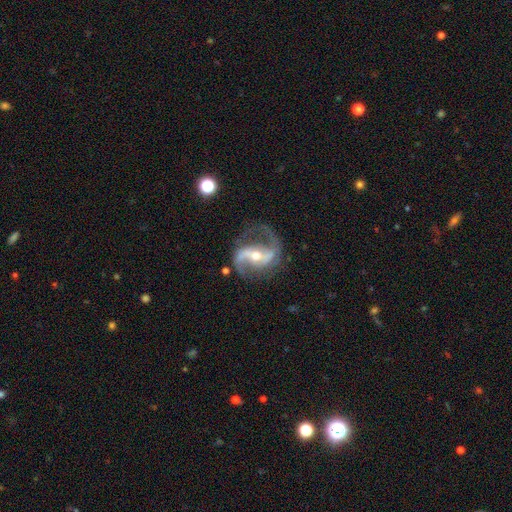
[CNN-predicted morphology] Q: Smooth or featured?
A: featured or disk (91%); runner-up: star or artifact (5%)
Q: Edge-on disk?
A: no (97%); runner-up: yes (3%)
Q: Bar?
A: strong (50%); runner-up: weak (30%)
Q: Spiral arms?
A: yes (97%); runner-up: no (3%)
Q: Spiral winding?
A: medium (47%); runner-up: loose (43%)
Q: Spiral arm count?
A: 2 (93%); runner-up: 1 (2%)
Q: Bulge size?
A: moderate (55%); runner-up: small (41%)
Q: Merging?
A: none (75%); runner-up: minor disturbance (14%)